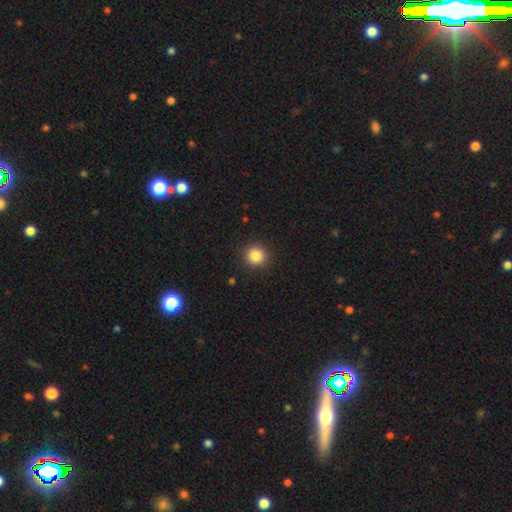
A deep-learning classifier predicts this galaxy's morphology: This is clearly a smooth galaxy (85%). How rounded: clearly round (93%). Merging: clearly none (91%).